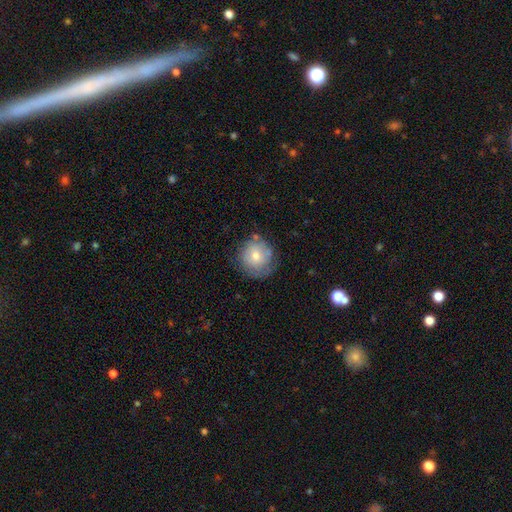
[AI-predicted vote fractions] Smooth or featured? Predicted: smooth (p=0.60). How rounded? Predicted: round (p=0.89). Merging? Predicted: none (p=0.68).